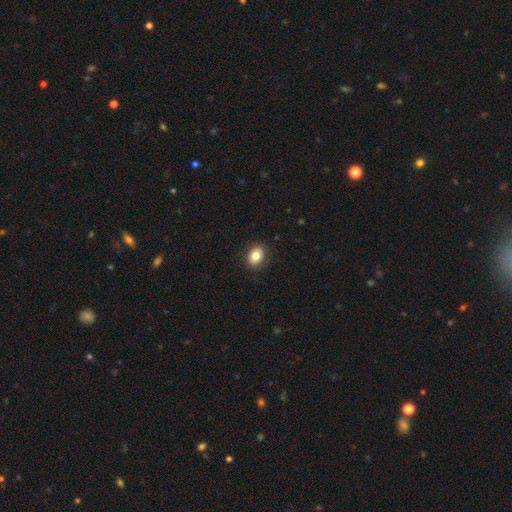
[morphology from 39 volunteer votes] This is clearly a smooth galaxy (82%). How rounded: possibly round (53%). Merging: likely none (78%).